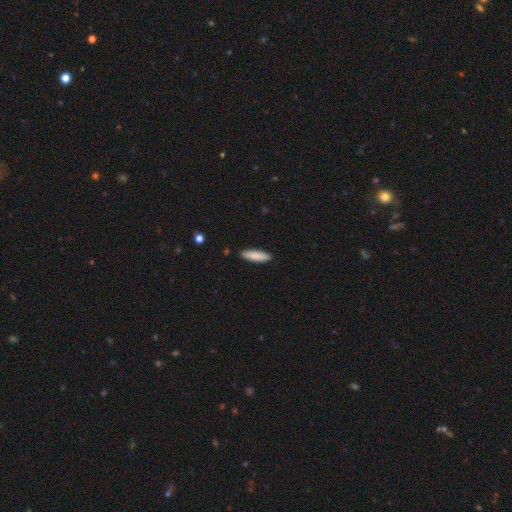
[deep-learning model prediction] Morphology: type=smooth (87%); roundness=cigar-shaped (61%); merging=none (89%).